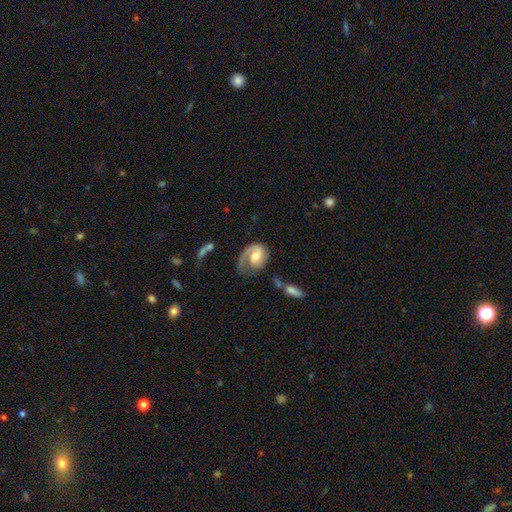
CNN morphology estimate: smooth_or_featured: featured or disk (p=0.75) [alt: smooth p=0.19]
disk_edge_on: no (p=0.98) [alt: yes p=0.02]
bar: no (p=0.50) [alt: weak p=0.41]
has_spiral_arms: yes (p=0.94) [alt: no p=0.06]
spiral_winding: medium (p=0.40) [alt: tight p=0.36]
spiral_arm_count: 1 (p=0.60) [alt: 2 p=0.33]
bulge_size: moderate (p=0.53) [alt: small p=0.27]
merging: none (p=0.48) [alt: major disturbance p=0.25]